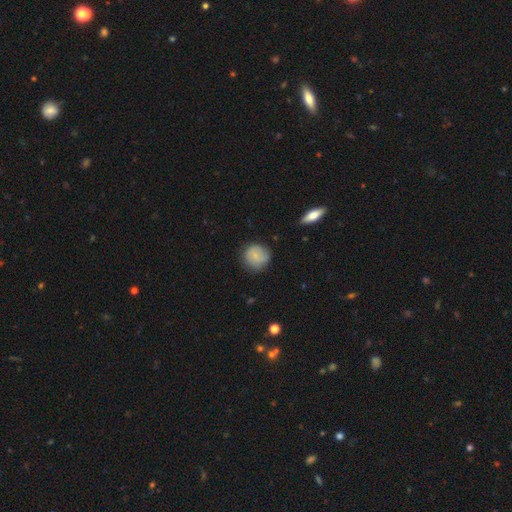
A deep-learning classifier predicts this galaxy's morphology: smooth_or_featured: smooth (p=0.69) [alt: featured or disk p=0.23]
how_rounded: round (p=0.89) [alt: in between p=0.10]
merging: none (p=0.77) [alt: minor disturbance p=0.18]